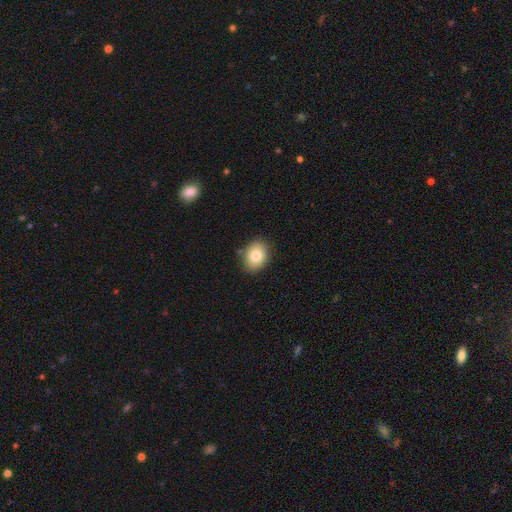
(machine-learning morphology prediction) Smooth or featured?
  - smooth: 82% *
  - featured or disk: 10%
  - star or artifact: 8%
How rounded?
  - in between: 61% *
  - round: 38%
  - cigar-shaped: 1%
Merging?
  - none: 85% *
  - minor disturbance: 11%
  - major disturbance: 2%
  - merger: 2%